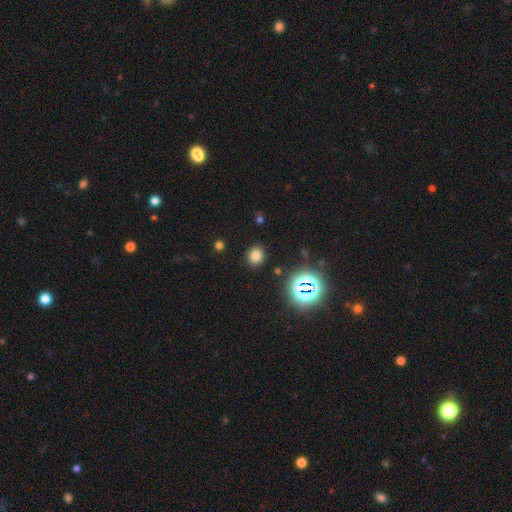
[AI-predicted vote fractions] A smooth galaxy with no disk features (75%) that is round (77%).

Vote fractions:
- Smooth or featured? smooth: 75% / star or artifact: 19% / featured or disk: 6%
- How rounded? round: 77% / in between: 22% / cigar-shaped: 1%
- Merging? none: 89% / minor disturbance: 7% / major disturbance: 3% / merger: 2%